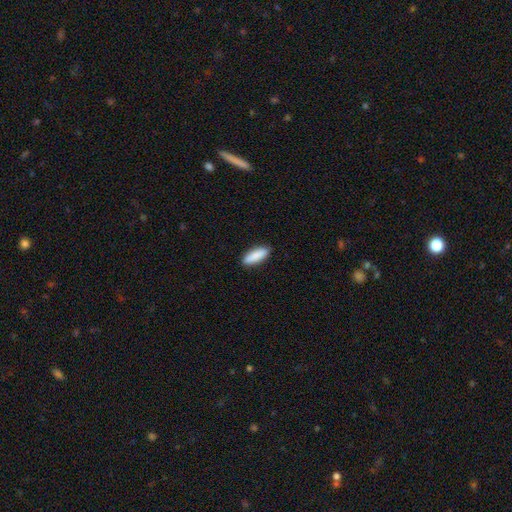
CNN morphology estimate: Overall: smooth (88%). How rounded: in between (54%; cigar-shaped 44%). Merging: none (89%).